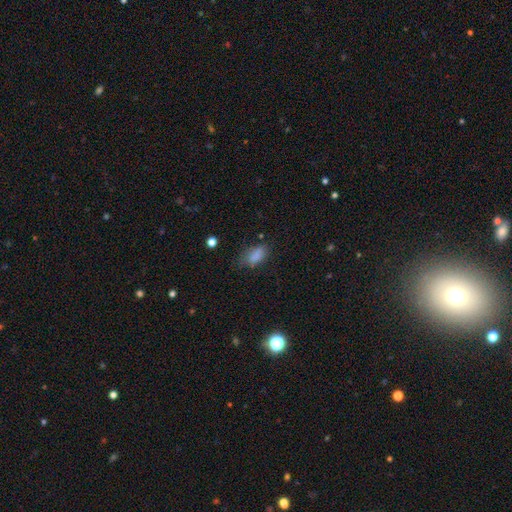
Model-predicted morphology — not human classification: smooth-or-featured: smooth: 82% | star or artifact: 10% | featured or disk: 8%
  how-rounded: in between: 88% | cigar-shaped: 7% | round: 6%
  merging: none: 56% | minor disturbance: 30% | major disturbance: 12% | merger: 3%